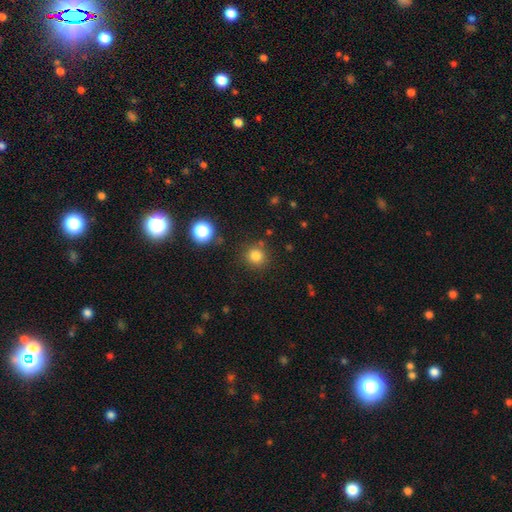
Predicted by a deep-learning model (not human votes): Q: Smooth or featured?
A: smooth (81%); runner-up: star or artifact (14%)
Q: How rounded?
A: round (92%); runner-up: in between (7%)
Q: Merging?
A: none (84%); runner-up: minor disturbance (9%)